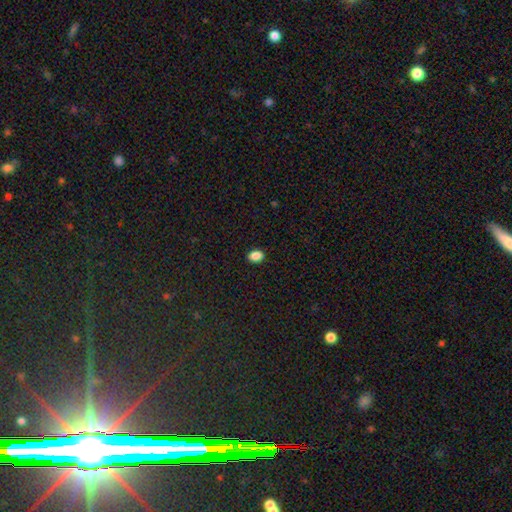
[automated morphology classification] This appears to be a smooth galaxy with no disk features (87%) that is in between round and cigar-shaped (77%). Merging: none (89%).